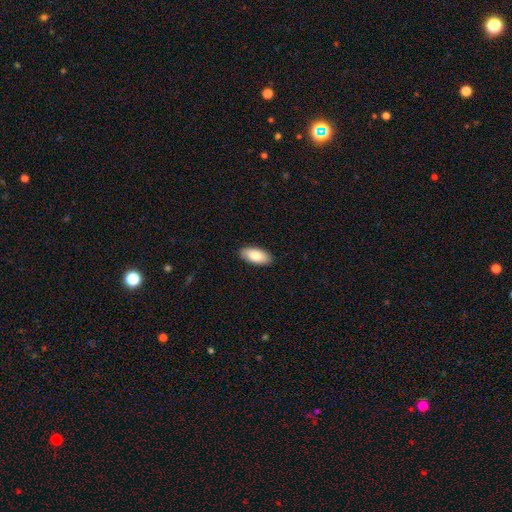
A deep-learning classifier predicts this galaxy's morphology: Smooth or featured?
  - smooth: 82% *
  - featured or disk: 12%
  - star or artifact: 6%
How rounded?
  - in between: 92% *
  - cigar-shaped: 6%
  - round: 2%
Merging?
  - none: 88% *
  - minor disturbance: 9%
  - major disturbance: 2%
  - merger: 1%